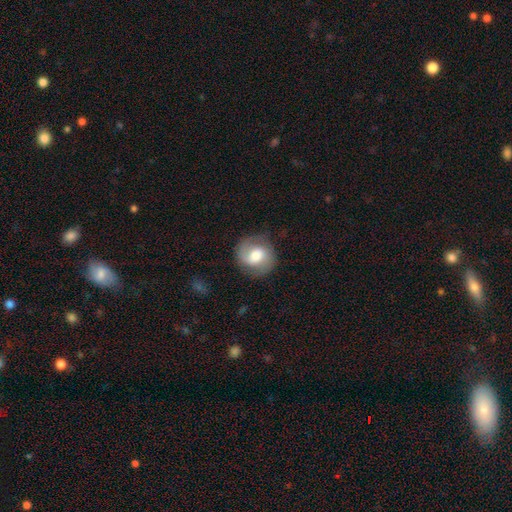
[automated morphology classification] Q: Smooth or featured?
A: featured or disk (51%); runner-up: smooth (42%)
Q: Edge-on disk?
A: no (97%); runner-up: yes (3%)
Q: Merging?
A: none (76%); runner-up: minor disturbance (16%)